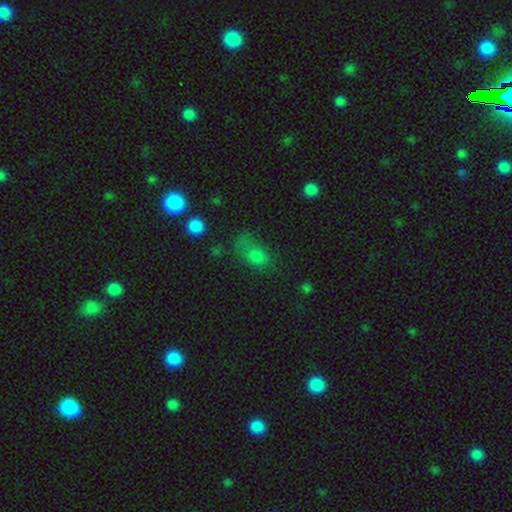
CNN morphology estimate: This is likely a smooth galaxy (75%). How rounded: likely in between (72%). Merging: marginally none (42%).